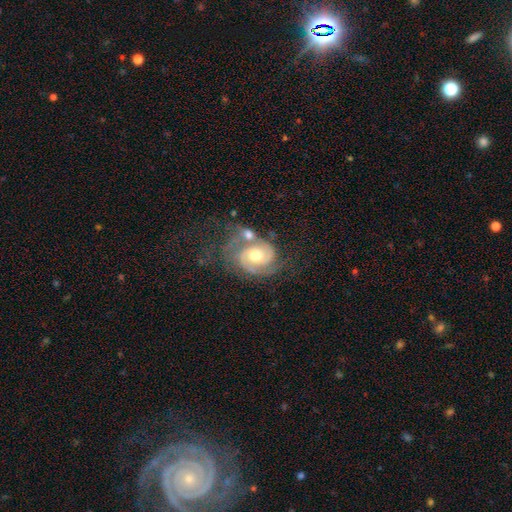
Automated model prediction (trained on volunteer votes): This appears to be a featured or disk galaxy (83%) with no bar (70%), 2 (75%) tight (52%) spiral arms (94%) and a moderate central bulge (74%). Merging: none (42%).